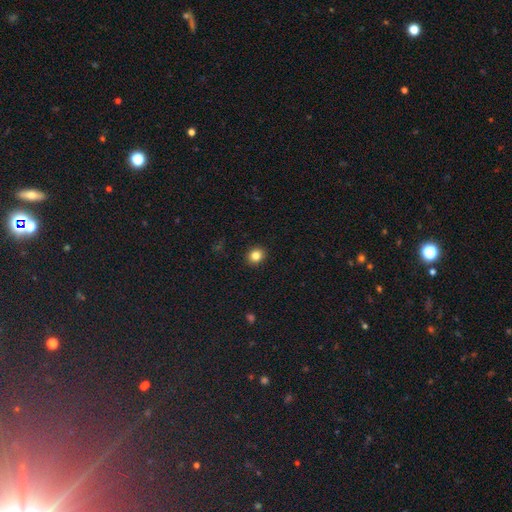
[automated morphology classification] type=smooth (83%); roundness=round (79%); merging=none (92%).